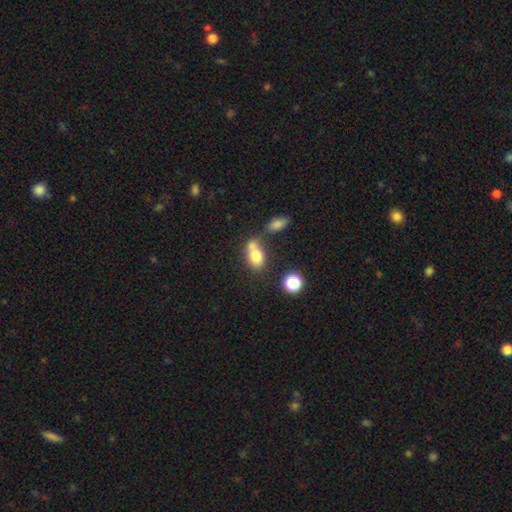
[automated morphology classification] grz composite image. It shows a smooth galaxy with no disk features (77%) that is in between round and cigar-shaped (74%). Merging: merger (50%).